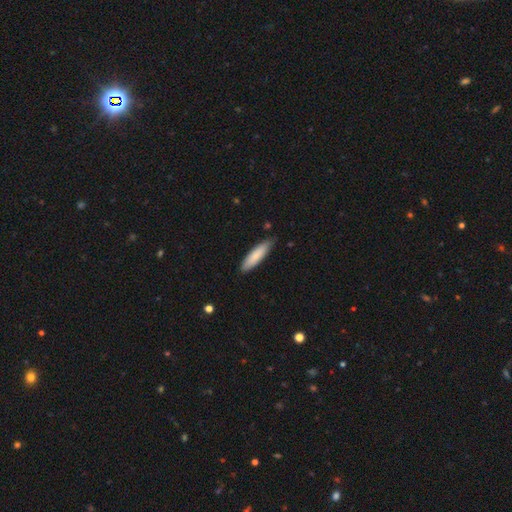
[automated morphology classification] type=smooth (84%); roundness=cigar-shaped (69%); merging=none (82%).